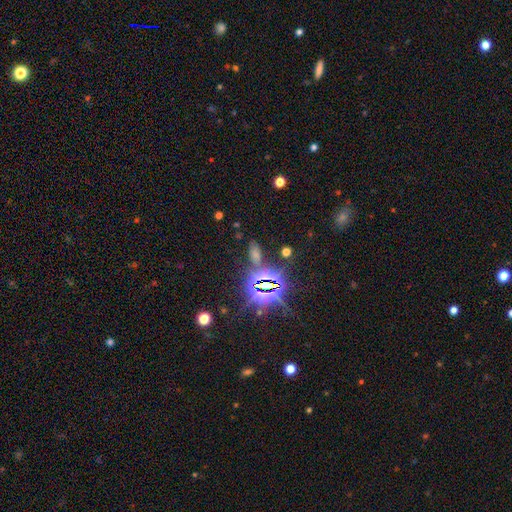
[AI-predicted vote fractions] A star or artifact, not a galaxy (70%).